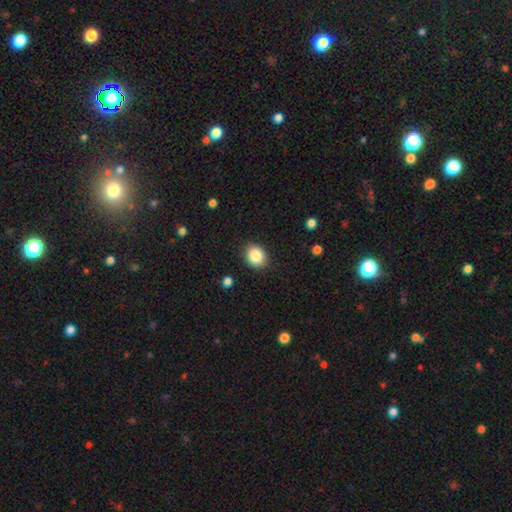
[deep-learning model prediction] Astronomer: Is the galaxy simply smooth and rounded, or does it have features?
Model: smooth — 86%.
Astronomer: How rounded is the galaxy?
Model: round — 56% (runner-up: in between, 43%).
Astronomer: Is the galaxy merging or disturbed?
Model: none — 88%.